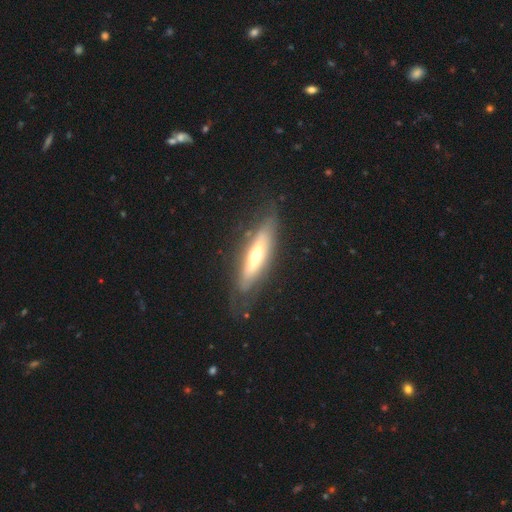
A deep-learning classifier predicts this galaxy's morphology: featured or disk 67%, smooth 28%, star or artifact 6%. Down the decision tree: edge-on disk — yes (57%); merging — none (68%).